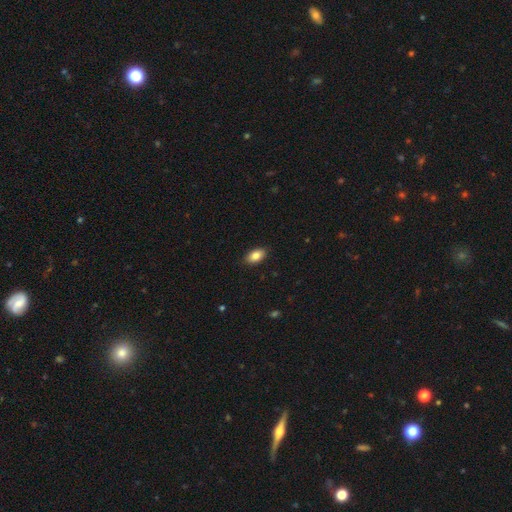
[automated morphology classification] Smooth or featured? Predicted: smooth (p=0.85). How rounded? Predicted: in between (p=0.92). Merging? Predicted: none (p=0.88).